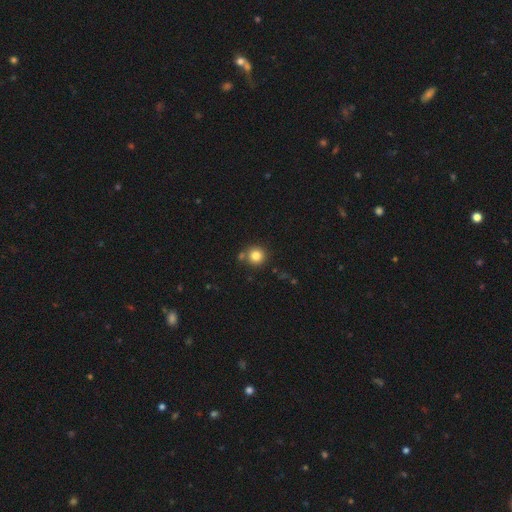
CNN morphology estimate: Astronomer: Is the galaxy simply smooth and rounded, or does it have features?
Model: smooth — 82%.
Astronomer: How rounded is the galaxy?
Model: round — 94%.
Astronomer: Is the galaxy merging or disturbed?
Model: none — 77%.